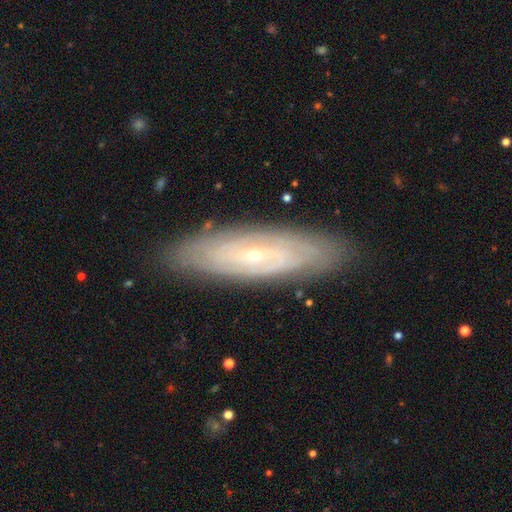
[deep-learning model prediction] Morphology: type=featured or disk (76%); edge-on=no (76%); bar=no (60%); spiral arms=yes (78%); bulge=small (79%); merging=none (86%).